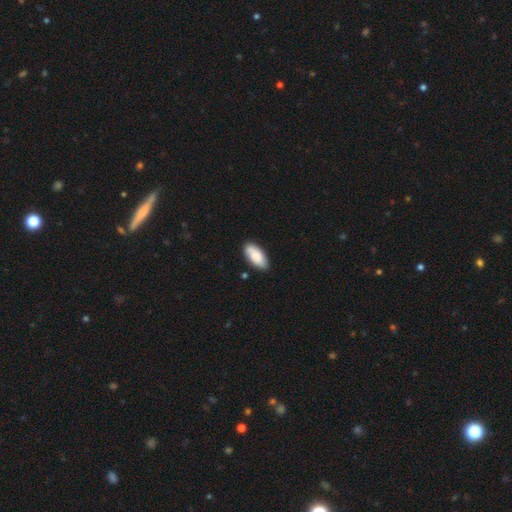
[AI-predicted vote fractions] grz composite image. It shows a smooth galaxy with no disk features (85%) that is in between round and cigar-shaped (89%). Merging: none (84%).